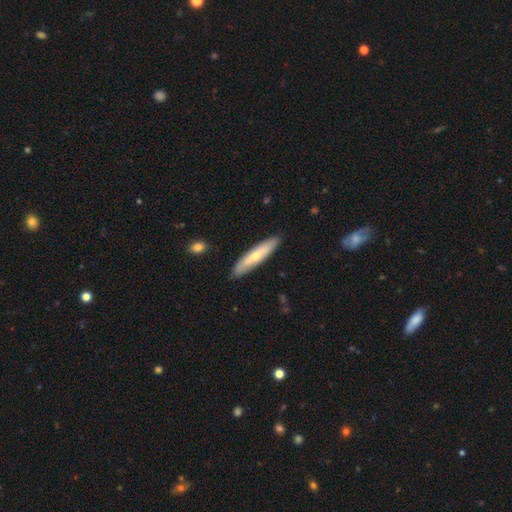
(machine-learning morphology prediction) Smooth or featured? Predicted: smooth (p=0.58). How rounded? Predicted: cigar-shaped (p=0.85). Merging? Predicted: none (p=0.88).